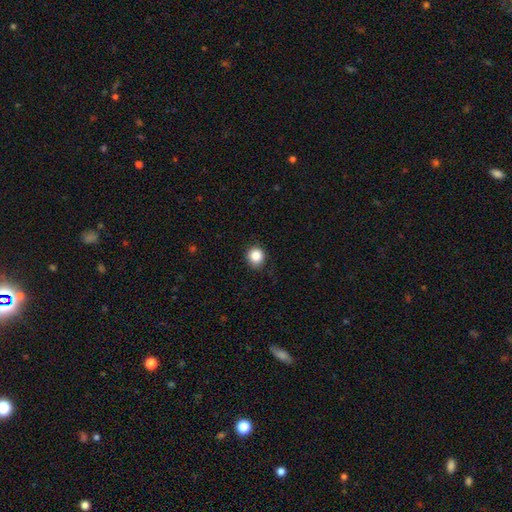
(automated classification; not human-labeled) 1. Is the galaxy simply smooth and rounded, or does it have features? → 85% smooth, 11% star or artifact, 4% featured or disk.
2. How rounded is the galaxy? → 87% round, 12% in between, 1% cigar-shaped.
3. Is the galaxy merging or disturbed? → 86% none, 10% minor disturbance, 2% major disturbance, 1% merger.